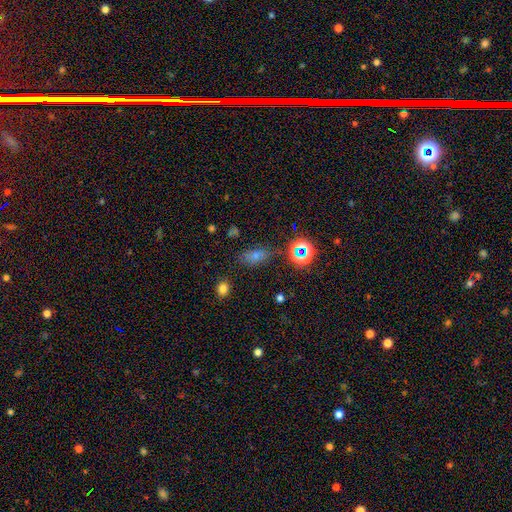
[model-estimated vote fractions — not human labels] Smooth or featured?
  - smooth: 48% *
  - star or artifact: 37%
  - featured or disk: 15%
Merging?
  - none: 76% *
  - minor disturbance: 16%
  - major disturbance: 5%
  - merger: 4%